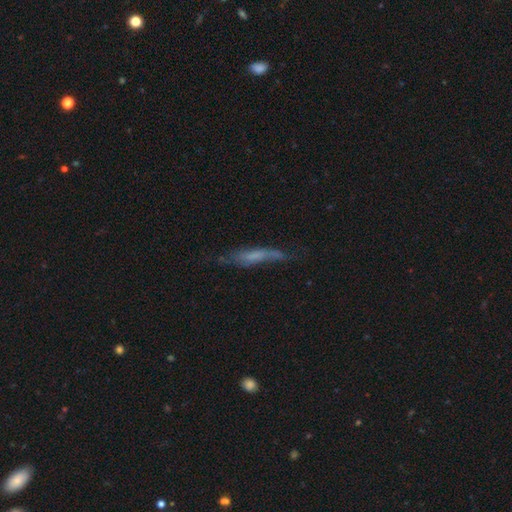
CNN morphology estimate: A featured or disk galaxy (47%).

Vote fractions:
- Smooth or featured? featured or disk: 47% / smooth: 43% / star or artifact: 10%
- Merging? none: 55% / minor disturbance: 27% / major disturbance: 14% / merger: 3%